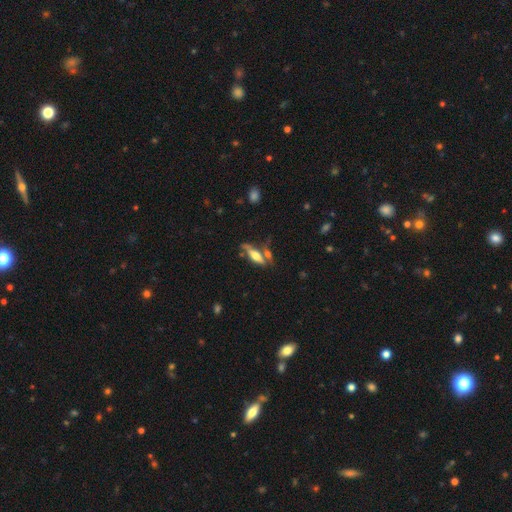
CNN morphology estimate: Q: Smooth or featured?
A: featured or disk (48%); runner-up: smooth (44%)
Q: Merging?
A: none (51%); runner-up: merger (21%)